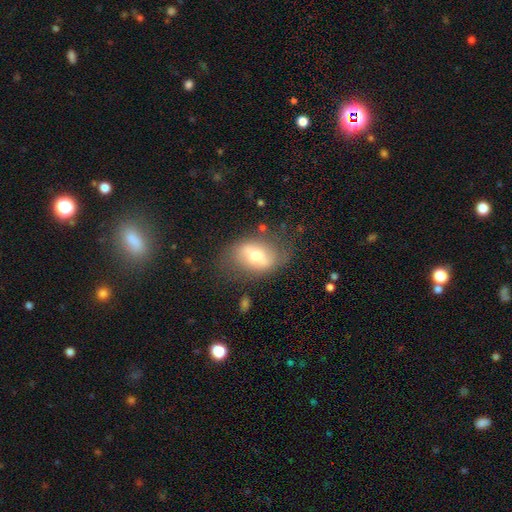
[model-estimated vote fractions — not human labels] This is possibly a smooth galaxy (46%). Merging: likely none (68%).